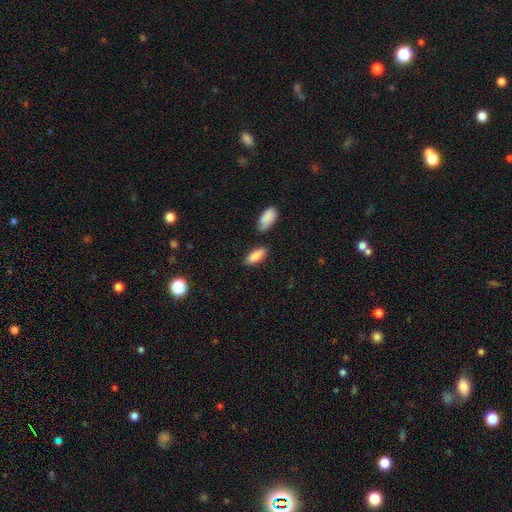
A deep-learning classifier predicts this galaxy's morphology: Overall: smooth (86%). How rounded: in between (83%). Merging: none (72%).